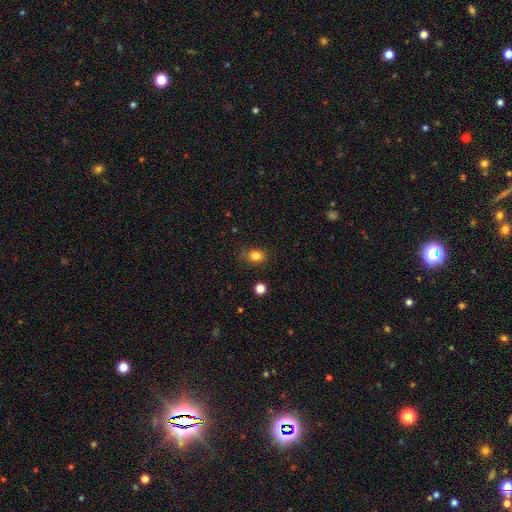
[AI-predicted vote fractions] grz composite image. It shows a smooth galaxy with no disk features (83%) that is in between round and cigar-shaped (53%). Merging: none (74%).